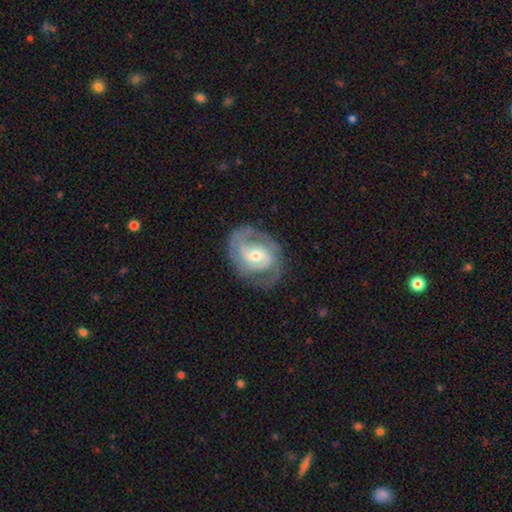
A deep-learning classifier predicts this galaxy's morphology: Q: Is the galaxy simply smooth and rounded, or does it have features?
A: featured or disk — 84%.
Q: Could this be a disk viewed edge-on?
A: no — 97%.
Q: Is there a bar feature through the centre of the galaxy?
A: weak — 44%.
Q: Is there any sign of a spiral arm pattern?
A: yes — 93%.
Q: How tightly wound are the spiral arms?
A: medium — 45%.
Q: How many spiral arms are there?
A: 2 — 69%.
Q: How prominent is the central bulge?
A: moderate — 61%.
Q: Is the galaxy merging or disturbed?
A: none — 71%.